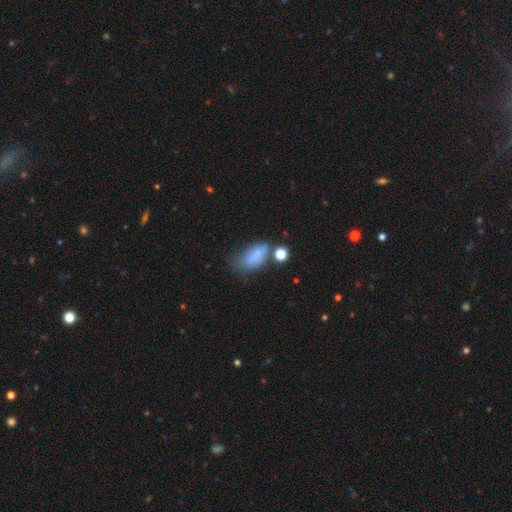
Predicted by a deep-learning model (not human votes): smooth 73%, featured or disk 15%, star or artifact 12%. Down the decision tree: how rounded — in between (85%); merging — minor disturbance (31%, tied with none).